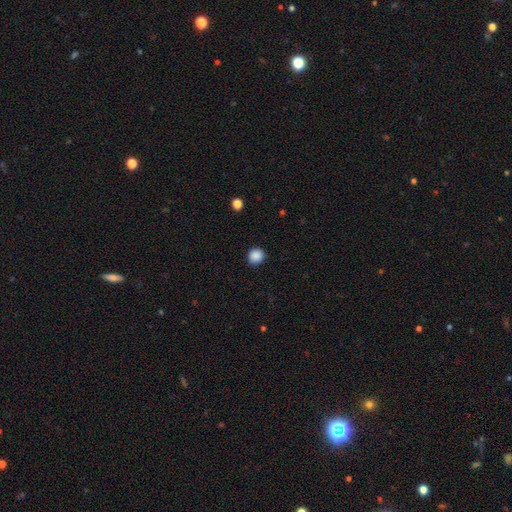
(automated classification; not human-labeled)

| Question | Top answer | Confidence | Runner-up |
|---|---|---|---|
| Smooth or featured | smooth | 88% | star or artifact (10%) |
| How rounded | round | 88% | in between (11%) |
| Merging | none | 90% | minor disturbance (7%) |